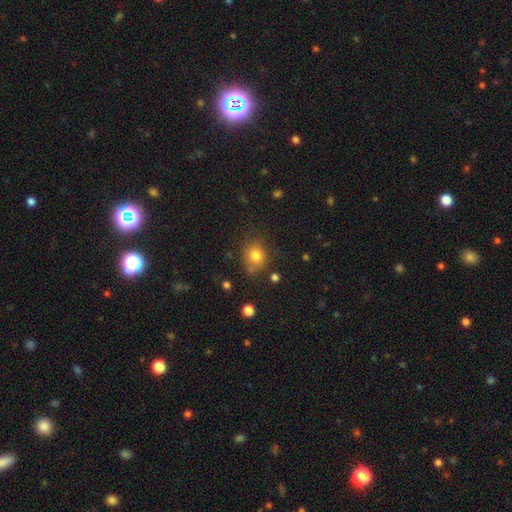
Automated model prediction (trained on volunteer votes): Q: Smooth or featured?
A: smooth (79%); runner-up: star or artifact (13%)
Q: How rounded?
A: round (70%); runner-up: in between (29%)
Q: Merging?
A: none (73%); runner-up: minor disturbance (16%)